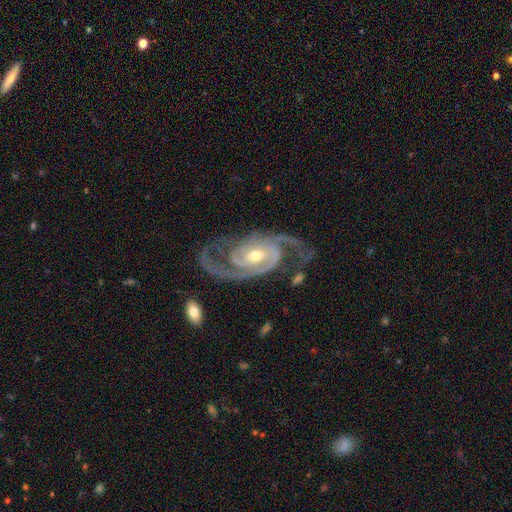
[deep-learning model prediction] Q: Smooth or featured?
A: featured or disk (93%); runner-up: star or artifact (4%)
Q: Edge-on disk?
A: no (97%); runner-up: yes (3%)
Q: Bar?
A: no (43%); runner-up: weak (37%)
Q: Spiral arms?
A: yes (98%); runner-up: no (2%)
Q: Spiral winding?
A: medium (48%); runner-up: tight (41%)
Q: Spiral arm count?
A: 2 (81%); runner-up: 3 (9%)
Q: Bulge size?
A: moderate (64%); runner-up: small (31%)
Q: Merging?
A: none (70%); runner-up: minor disturbance (16%)